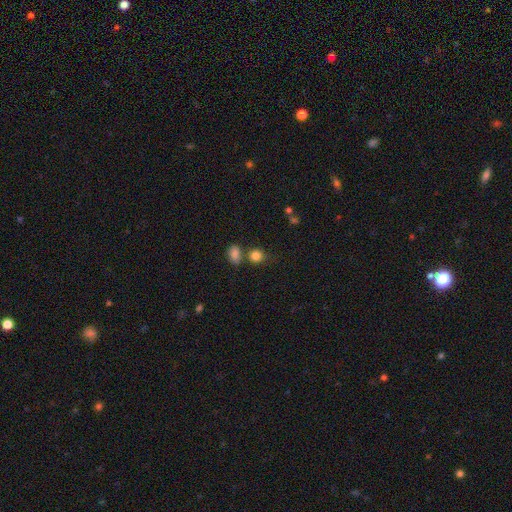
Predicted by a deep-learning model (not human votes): Q: Smooth or featured?
A: smooth (83%); runner-up: star or artifact (11%)
Q: How rounded?
A: round (76%); runner-up: in between (23%)
Q: Merging?
A: none (62%); runner-up: merger (22%)